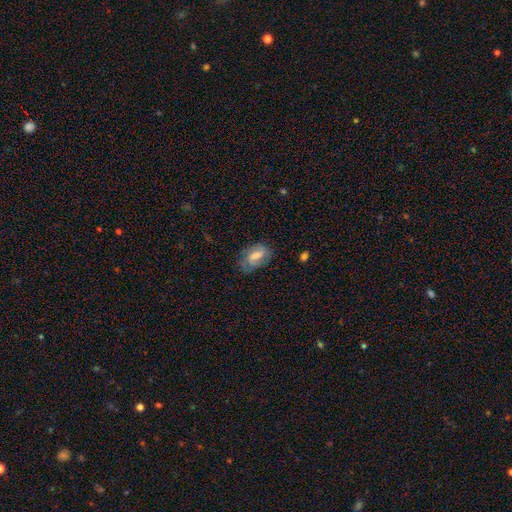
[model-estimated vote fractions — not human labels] Smooth or featured: smooth — 48% (featured or disk — 43%)
Merging: none — 61% (minor disturbance — 26%)